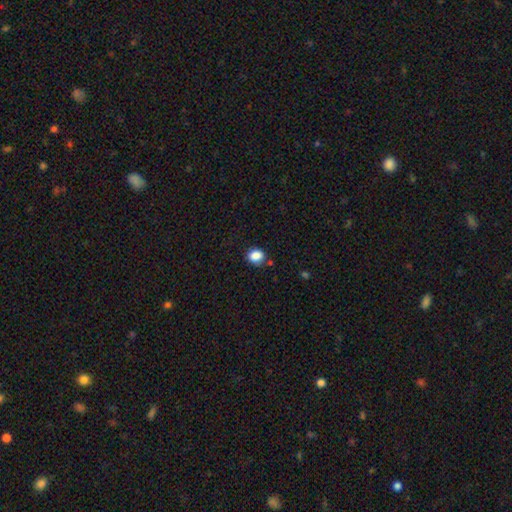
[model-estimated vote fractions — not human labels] Q: Smooth or featured?
A: smooth (86%); runner-up: star or artifact (10%)
Q: How rounded?
A: round (56%); runner-up: in between (44%)
Q: Merging?
A: none (76%); runner-up: minor disturbance (16%)